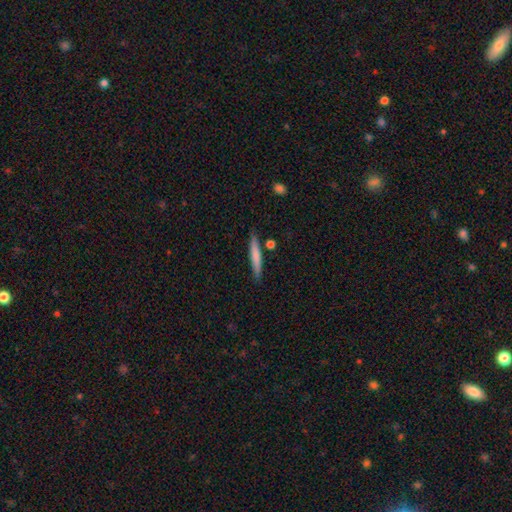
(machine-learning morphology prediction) A smooth galaxy with no disk features (71%) that is cigar-shaped (94%).

Vote fractions:
- Smooth or featured? smooth: 71% / featured or disk: 24% / star or artifact: 6%
- How rounded? cigar-shaped: 94% / in between: 5% / round: 1%
- Merging? none: 84% / minor disturbance: 10% / merger: 4% / major disturbance: 2%